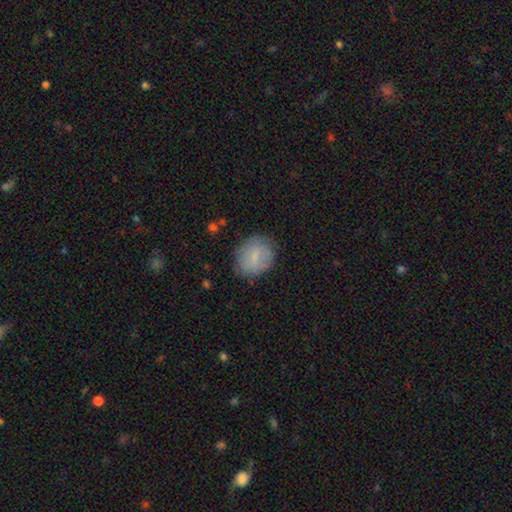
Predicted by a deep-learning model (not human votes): A smooth galaxy with no disk features (74%) that is round (57%). Merging: none (78%).